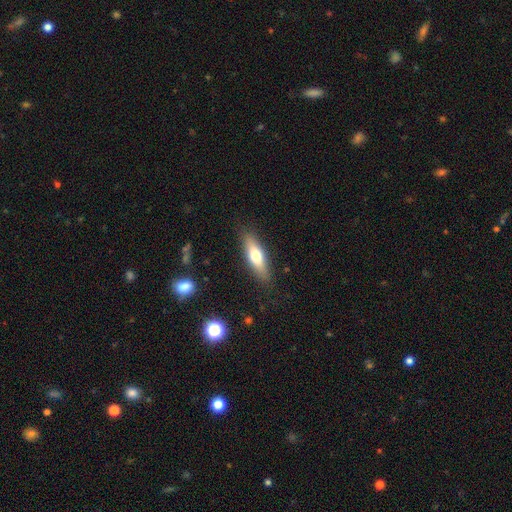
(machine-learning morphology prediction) Smooth or featured?
  - smooth: 62% *
  - featured or disk: 32%
  - star or artifact: 6%
How rounded?
  - cigar-shaped: 52% *
  - in between: 46%
  - round: 3%
Merging?
  - none: 86% *
  - minor disturbance: 11%
  - major disturbance: 3%
  - merger: 1%